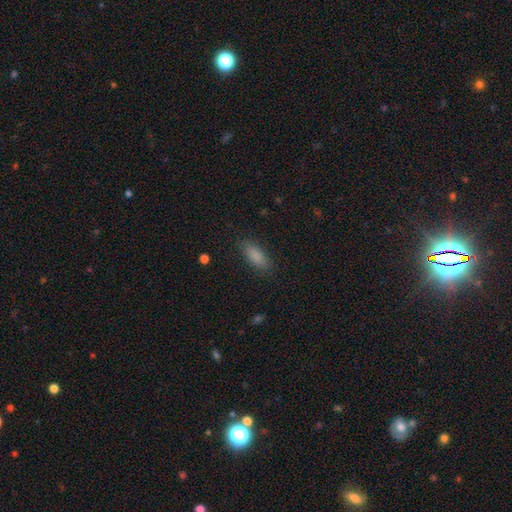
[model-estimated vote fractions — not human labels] smooth_or_featured: smooth (p=0.87) [alt: star or artifact p=0.08]
how_rounded: in between (p=0.75) [alt: cigar-shaped p=0.23]
merging: none (p=0.86) [alt: minor disturbance p=0.10]